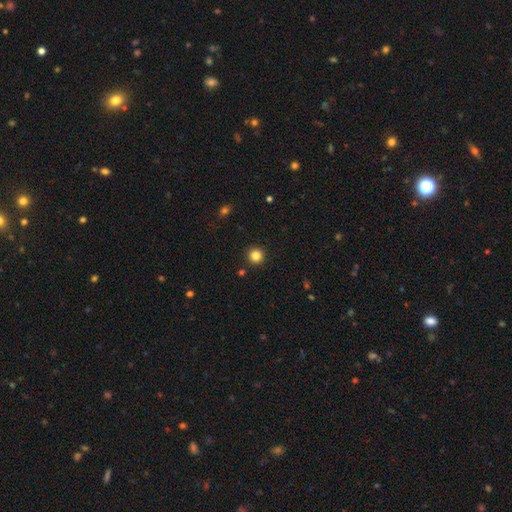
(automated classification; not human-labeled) Smooth or featured: smooth — 84% (star or artifact — 11%)
How rounded: round — 96% (in between — 4%)
Merging: none — 92% (minor disturbance — 5%)